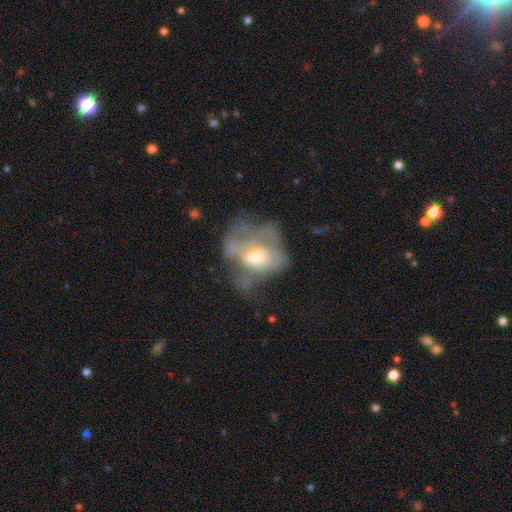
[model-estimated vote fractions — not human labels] Smooth or featured? featured or disk (49%)
Merging? major disturbance (52%)